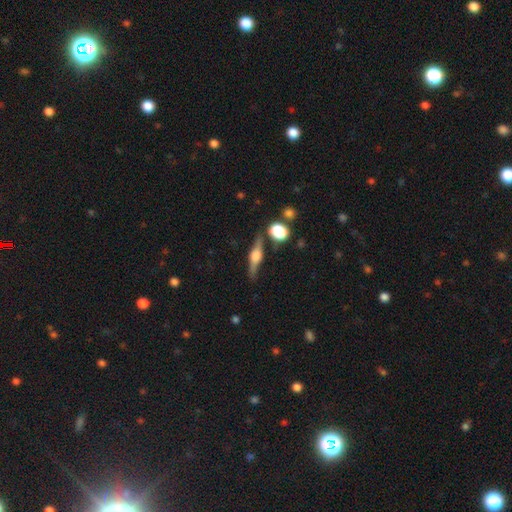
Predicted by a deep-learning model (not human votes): Smooth or featured?
  - featured or disk: 72% *
  - smooth: 21%
  - star or artifact: 8%
Edge-on disk?
  - yes: 95% *
  - no: 5%
Edge-on bulge?
  - rounded: 90% *
  - boxy: 8%
  - none: 2%
Merging?
  - none: 78% *
  - minor disturbance: 13%
  - merger: 5%
  - major disturbance: 4%